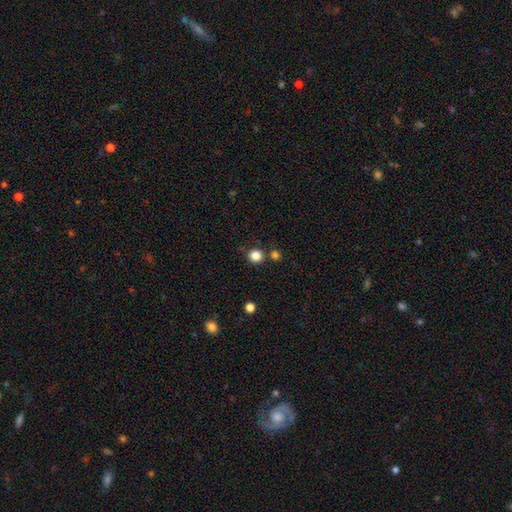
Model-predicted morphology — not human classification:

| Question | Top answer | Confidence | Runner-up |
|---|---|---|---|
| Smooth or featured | smooth | 84% | star or artifact (12%) |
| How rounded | round | 93% | in between (6%) |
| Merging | none | 82% | merger (8%) |